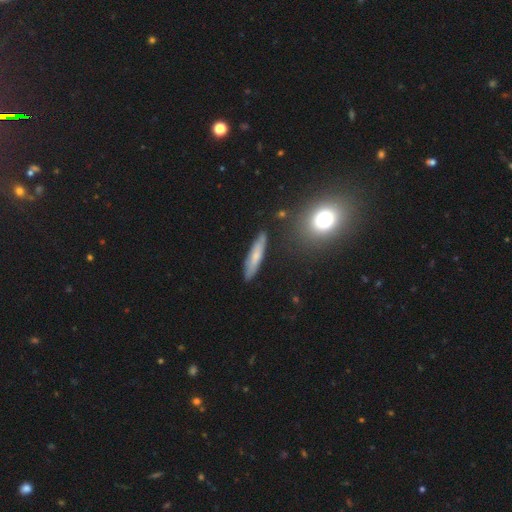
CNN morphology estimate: type=smooth (59%); roundness=cigar-shaped (82%); merging=none (82%).